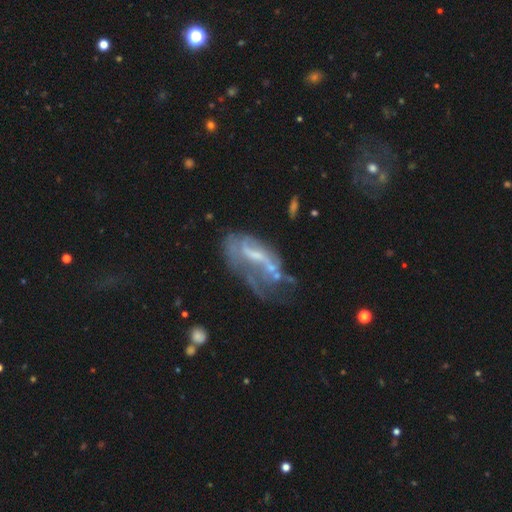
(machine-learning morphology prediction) This appears to be a featured or disk galaxy (68%) with a weak bar (39%), no spiral arms (53%) and a small central bulge (42%). Merging: major disturbance (36%).